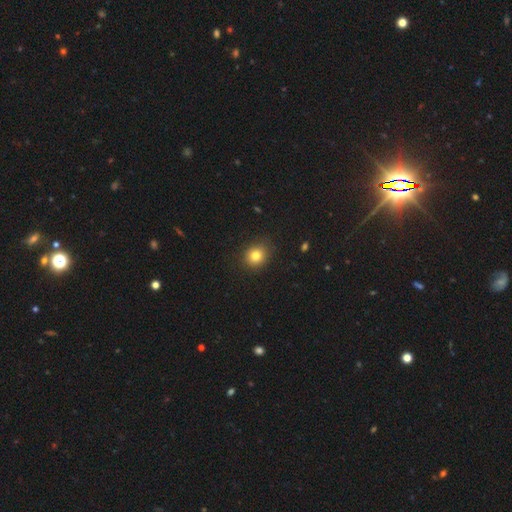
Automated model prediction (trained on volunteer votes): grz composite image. It shows a smooth galaxy with no disk features (81%) that is round (73%). Merging: none (86%).